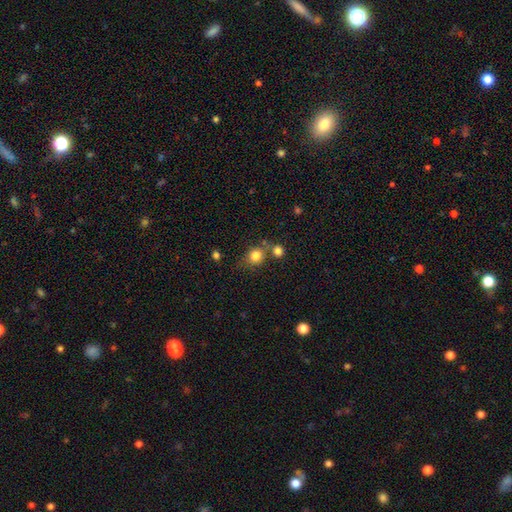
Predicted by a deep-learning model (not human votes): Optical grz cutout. It shows a smooth galaxy with no disk features (81%) that is round (75%). Merging: none (59%).